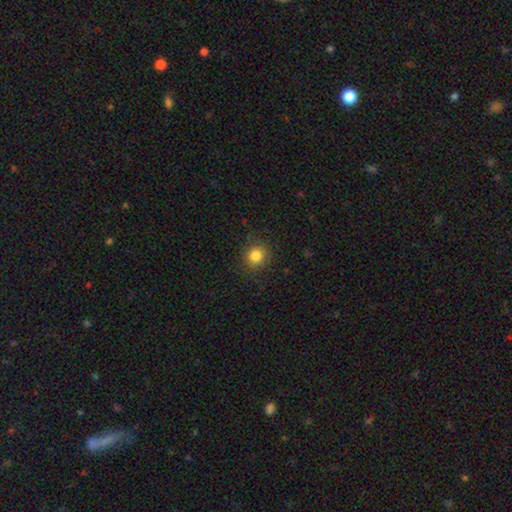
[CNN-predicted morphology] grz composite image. It shows a smooth galaxy with no disk features (83%) that is round (88%). Merging: none (88%).